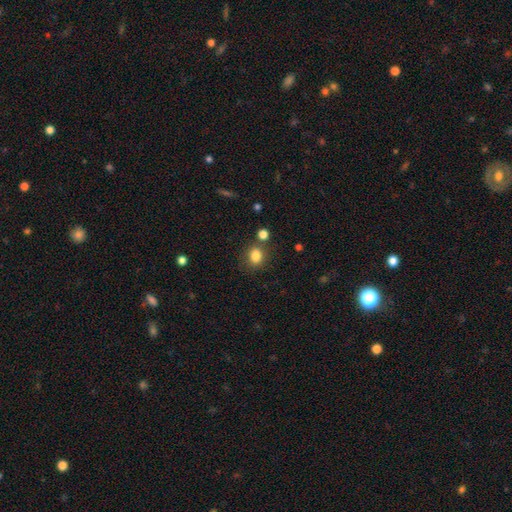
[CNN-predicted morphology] smooth_or_featured: smooth (p=0.83) [alt: star or artifact p=0.12]
how_rounded: round (p=0.54) [alt: in between p=0.45]
merging: none (p=0.72) [alt: minor disturbance p=0.13]